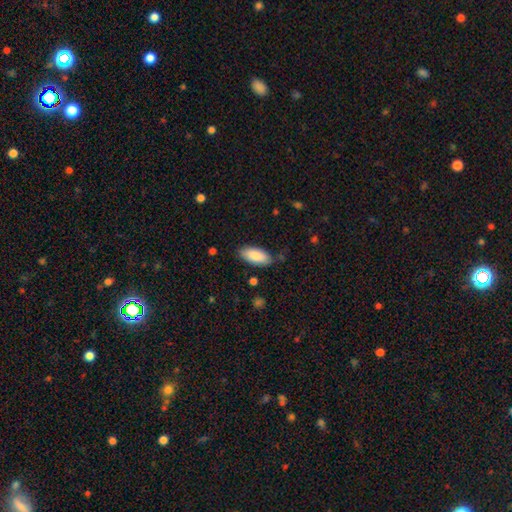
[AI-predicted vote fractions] Smooth or featured: smooth — 87% (featured or disk — 7%)
How rounded: in between — 87% (cigar-shaped — 11%)
Merging: none — 82% (minor disturbance — 13%)